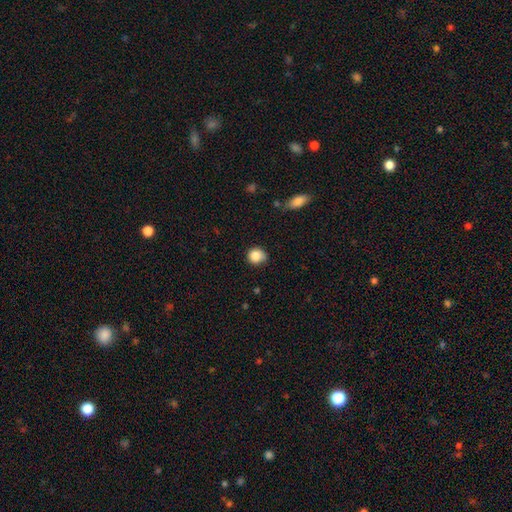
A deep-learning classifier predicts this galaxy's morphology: Smooth or featured? Predicted: smooth (p=0.85). How rounded? Predicted: round (p=0.84). Merging? Predicted: none (p=0.66).